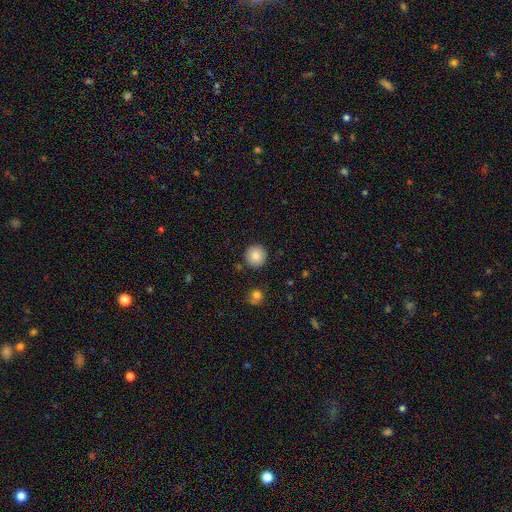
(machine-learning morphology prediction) type=smooth (82%); roundness=round (95%); merging=none (91%).